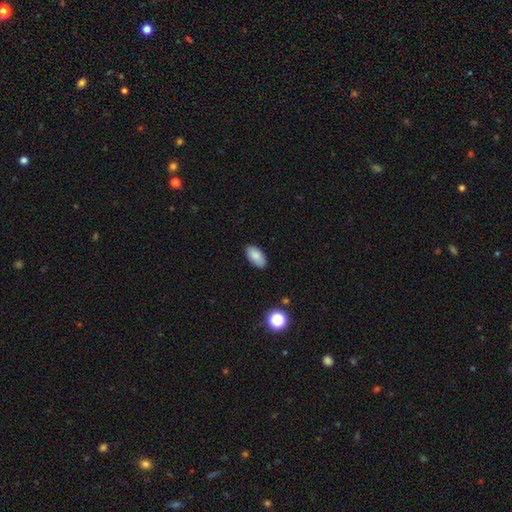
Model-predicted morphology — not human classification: smooth_or_featured: smooth (p=0.85) [alt: star or artifact p=0.08]
how_rounded: in between (p=0.94) [alt: cigar-shaped p=0.03]
merging: none (p=0.85) [alt: minor disturbance p=0.12]